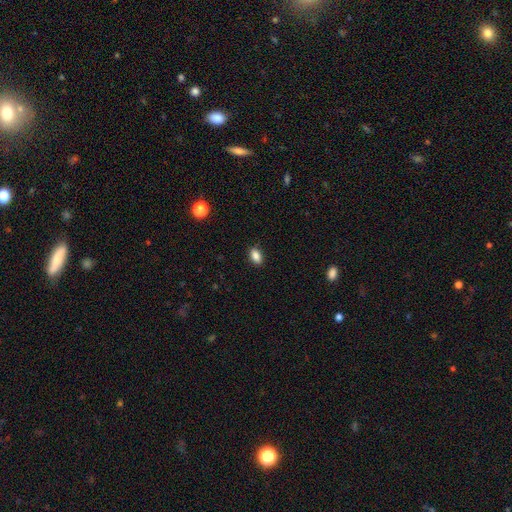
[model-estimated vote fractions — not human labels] The model was most divided on "smooth or featured": smooth: 87%, star or artifact: 9%, featured or disk: 4%. More confident: how rounded — in between (89%); merging — none (88%).